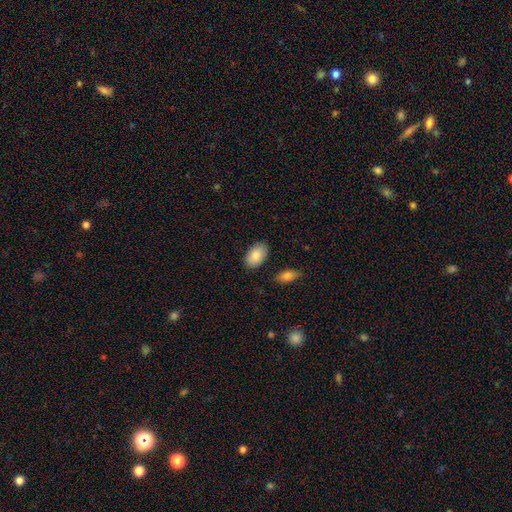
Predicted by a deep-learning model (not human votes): This appears to be a smooth galaxy with no disk features (86%) that is in between round and cigar-shaped (94%). Merging: none (86%).